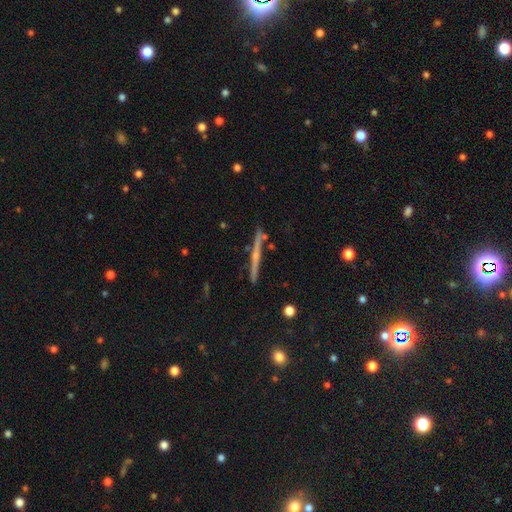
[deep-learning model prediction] Overall: featured or disk (72%). Edge-on disk: yes (98%). Edge-on bulge: rounded (61%; none 33%). Merging: none (89%).